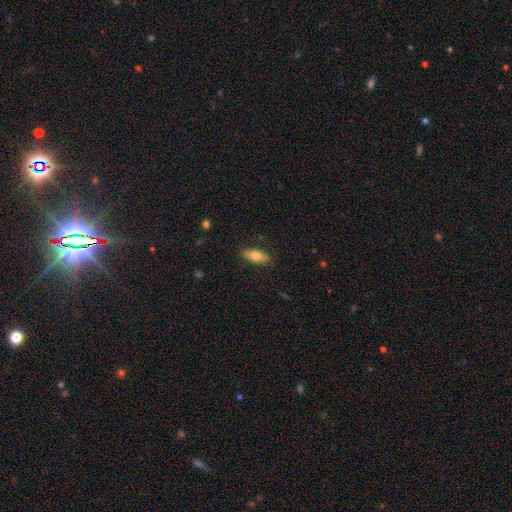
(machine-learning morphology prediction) smooth_or_featured: smooth (p=0.68) [alt: featured or disk p=0.26]
how_rounded: in between (p=0.72) [alt: cigar-shaped p=0.25]
merging: none (p=0.87) [alt: minor disturbance p=0.10]